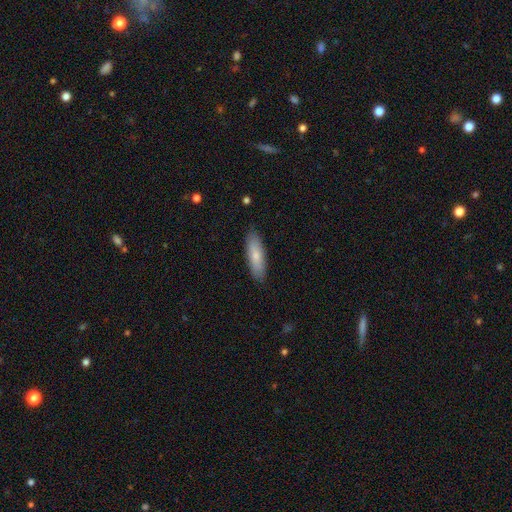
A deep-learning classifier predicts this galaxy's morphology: smooth_or_featured: smooth (p=0.77) [alt: featured or disk p=0.17]
how_rounded: cigar-shaped (p=0.52) [alt: in between p=0.47]
merging: none (p=0.86) [alt: minor disturbance p=0.11]